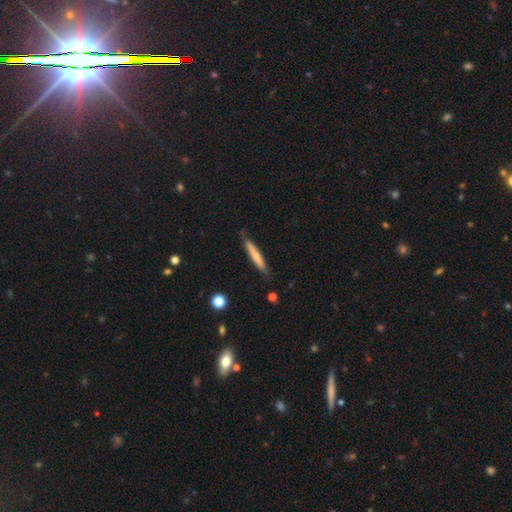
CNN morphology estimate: Overall: smooth (67%; featured or disk 27%). How rounded: cigar-shaped (94%). Merging: none (80%).